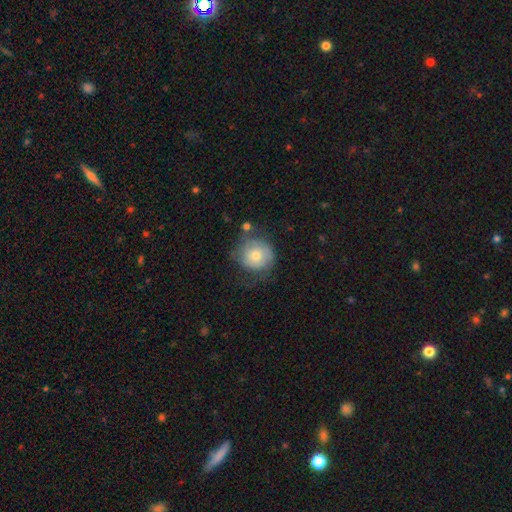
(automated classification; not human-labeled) A smooth galaxy with no disk features (64%) that is round (88%). Merging: none (52%).